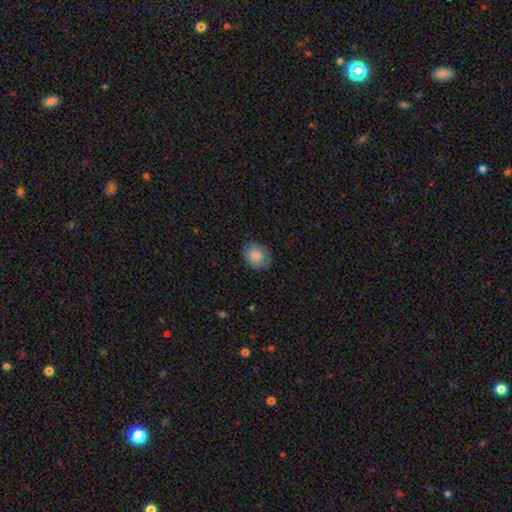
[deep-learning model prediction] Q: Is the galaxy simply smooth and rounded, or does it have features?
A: smooth — 84%.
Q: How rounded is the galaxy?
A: in between — 58%.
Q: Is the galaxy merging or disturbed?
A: none — 80%.